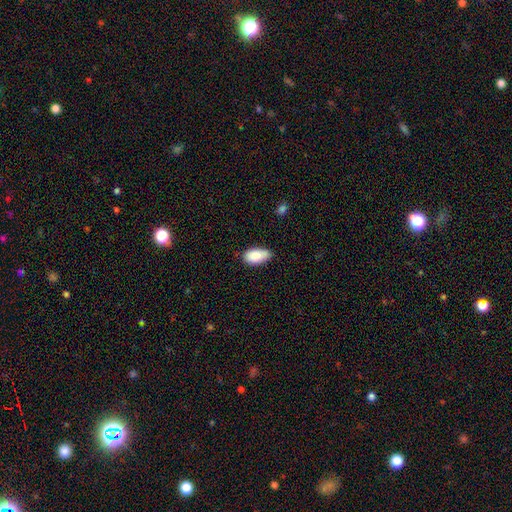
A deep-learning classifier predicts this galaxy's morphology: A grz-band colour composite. It shows a smooth galaxy with no disk features (87%) that is in between round and cigar-shaped (93%). Merging: none (64%).